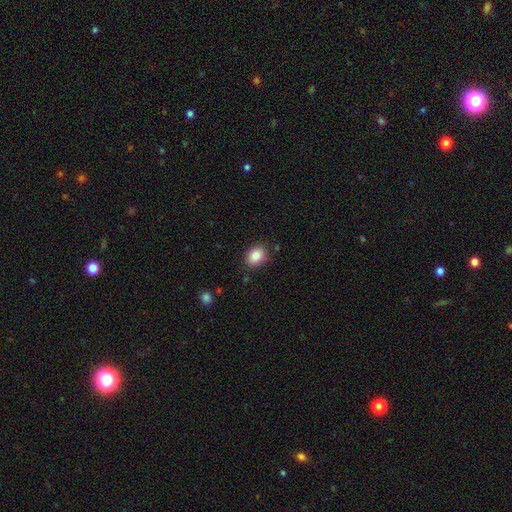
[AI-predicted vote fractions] smooth 85%, star or artifact 9%, featured or disk 7%. Down the decision tree: how rounded — in between (65%); merging — none (84%).